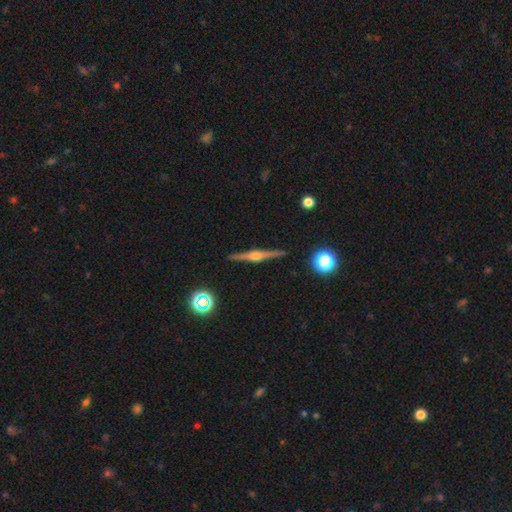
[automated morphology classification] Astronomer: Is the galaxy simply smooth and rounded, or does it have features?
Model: featured or disk — 81%.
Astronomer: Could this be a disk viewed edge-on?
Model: yes — 98%.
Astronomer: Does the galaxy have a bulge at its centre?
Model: rounded — 89%.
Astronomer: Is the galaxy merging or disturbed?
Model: none — 92%.